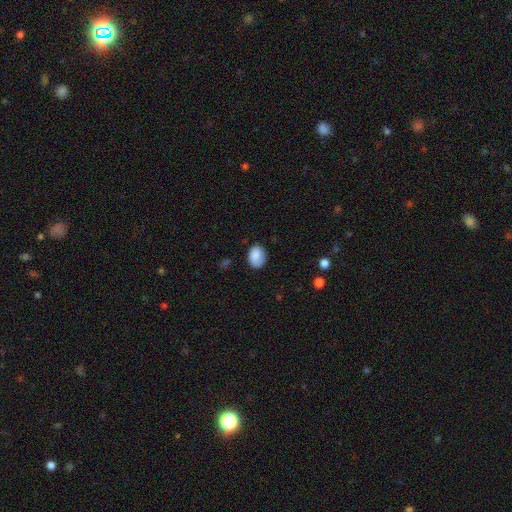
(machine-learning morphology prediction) Overall: smooth (81%). How rounded: in between (69%; round 30%). Merging: none (70%).